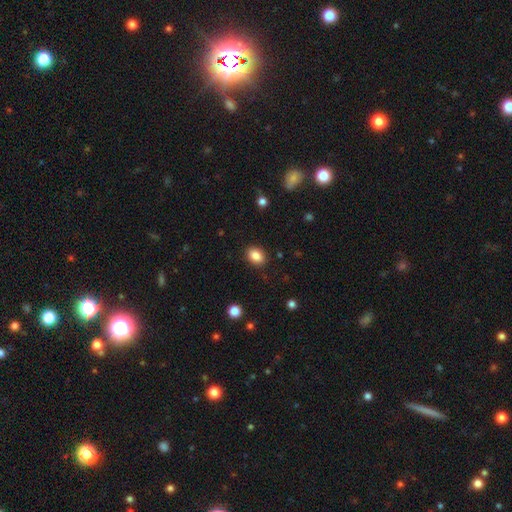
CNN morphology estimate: This is clearly a smooth galaxy (86%). How rounded: likely in between (65%). Merging: clearly none (88%).